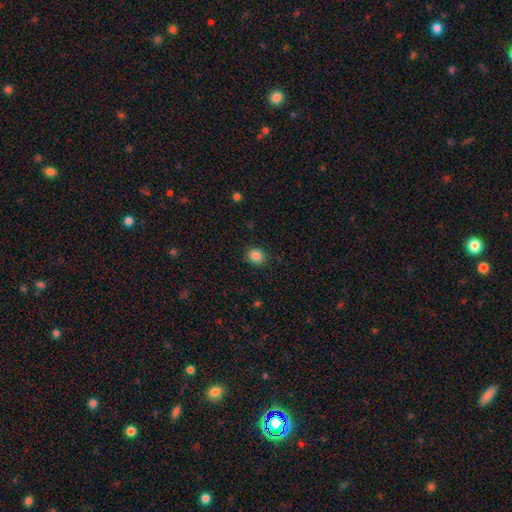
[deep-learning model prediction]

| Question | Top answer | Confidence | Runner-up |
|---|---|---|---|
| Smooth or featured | smooth | 84% | star or artifact (10%) |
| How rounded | round | 78% | in between (21%) |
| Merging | none | 87% | minor disturbance (9%) |